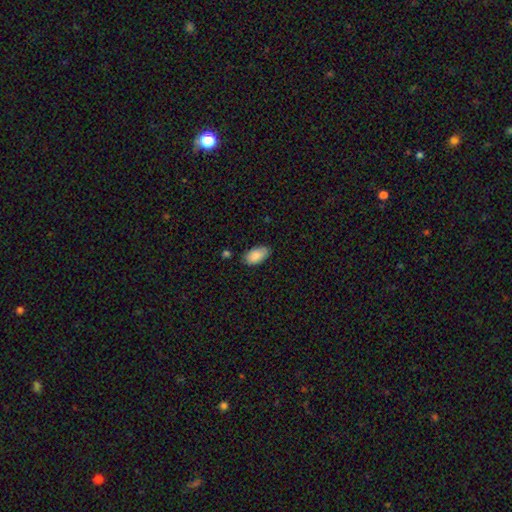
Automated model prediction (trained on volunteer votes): Overall: smooth (88%). How rounded: in between (95%). Merging: none (80%).